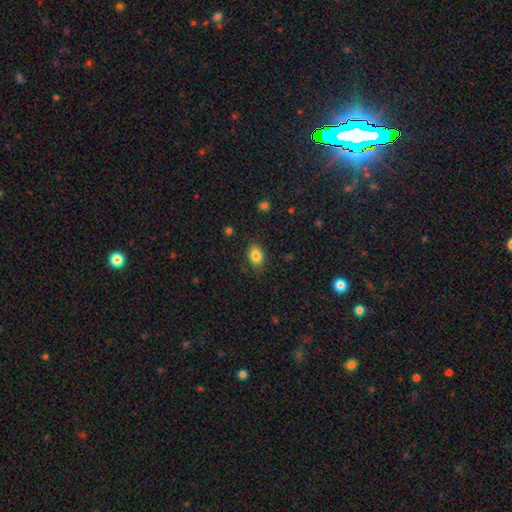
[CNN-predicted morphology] smooth-or-featured: smooth: 84% | star or artifact: 9% | featured or disk: 7%
  how-rounded: in between: 79% | round: 20% | cigar-shaped: 1%
  merging: none: 85% | minor disturbance: 11% | major disturbance: 3% | merger: 1%